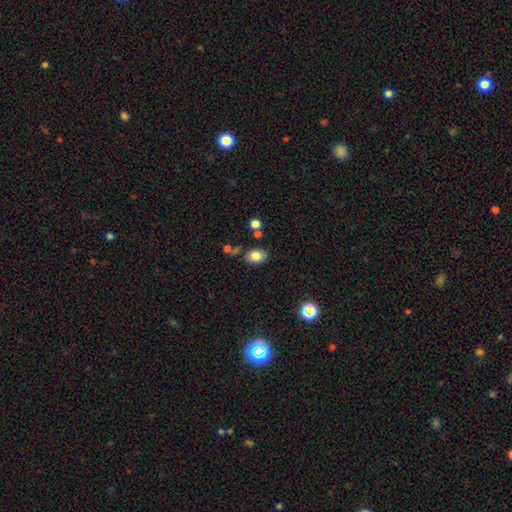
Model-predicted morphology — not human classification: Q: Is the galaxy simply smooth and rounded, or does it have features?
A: smooth — 82%.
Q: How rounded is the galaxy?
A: in between — 66%.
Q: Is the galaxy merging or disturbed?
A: none — 74%.